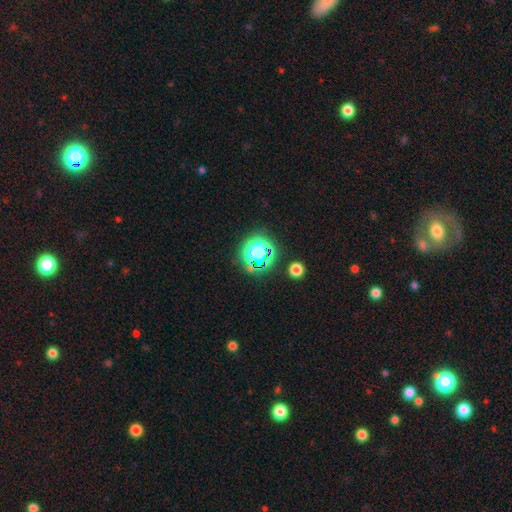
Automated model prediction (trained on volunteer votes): Smooth or featured: star or artifact — 51% (smooth — 35%)